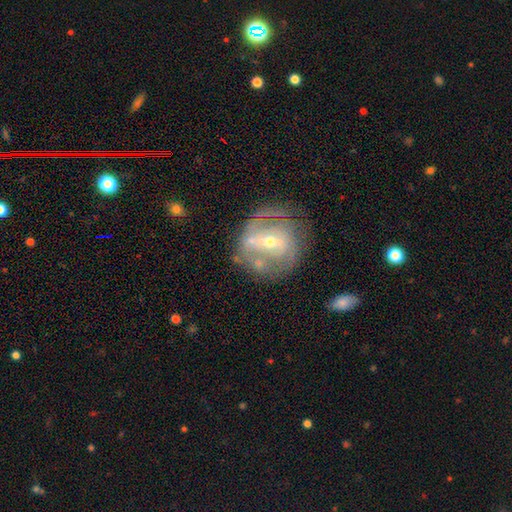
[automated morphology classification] smooth-or-featured: featured or disk: 77% | smooth: 12% | star or artifact: 11%
  disk-edge-on: no: 93% | yes: 7%
    bar: strong: 48% | weak: 34% | no: 17%
    has-spiral-arms: yes: 76% | no: 24%
      spiral-winding: tight: 48% | medium: 35% | loose: 17%
      spiral-arm-count: 2: 48% | can't tell: 31% | 3: 9% | 1: 5% | 4: 3% | more than 4: 3%
    bulge-size: small: 57% | moderate: 39% | large: 2% | none: 1% | dominant: 1%
  merging: none: 69% | minor disturbance: 17% | major disturbance: 10% | merger: 5%